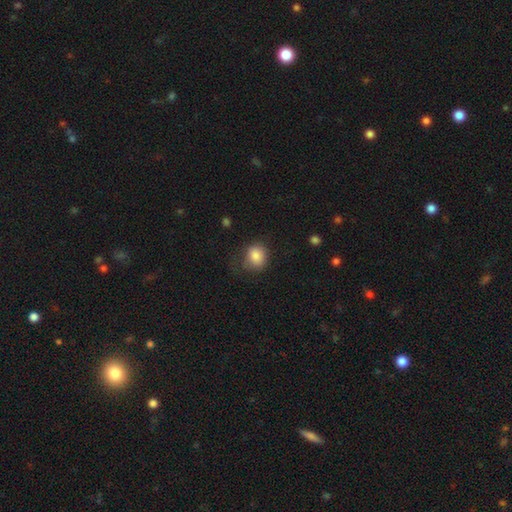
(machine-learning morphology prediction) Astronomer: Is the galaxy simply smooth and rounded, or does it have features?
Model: smooth — 84%.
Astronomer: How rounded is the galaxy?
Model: round — 66%.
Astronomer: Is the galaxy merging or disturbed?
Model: none — 60%.